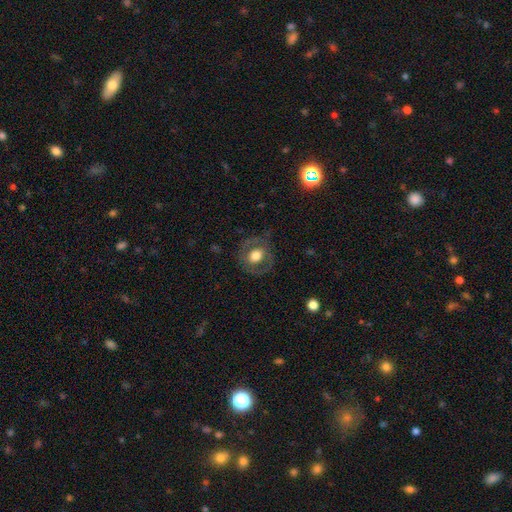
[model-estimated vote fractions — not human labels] A smooth galaxy with no disk features (51%) that is round (73%).

Vote fractions:
- Smooth or featured? smooth: 51% / featured or disk: 41% / star or artifact: 8%
- How rounded? round: 73% / in between: 26% / cigar-shaped: 1%
- Merging? none: 73% / minor disturbance: 16% / major disturbance: 10% / merger: 1%